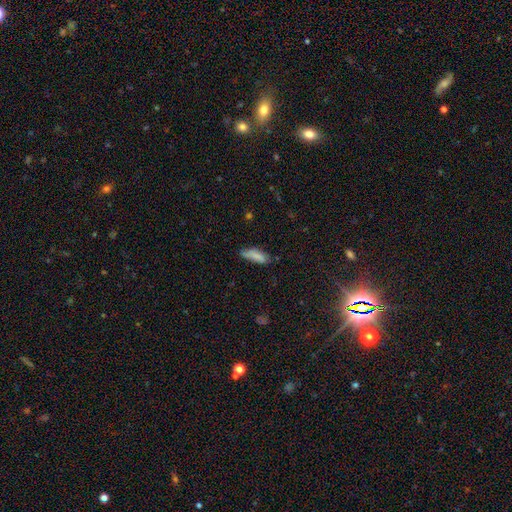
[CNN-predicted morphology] The model was most divided on "how rounded": in between: 58%, cigar-shaped: 40%, round: 2%. More confident: smooth or featured — smooth (80%); merging — none (59%).